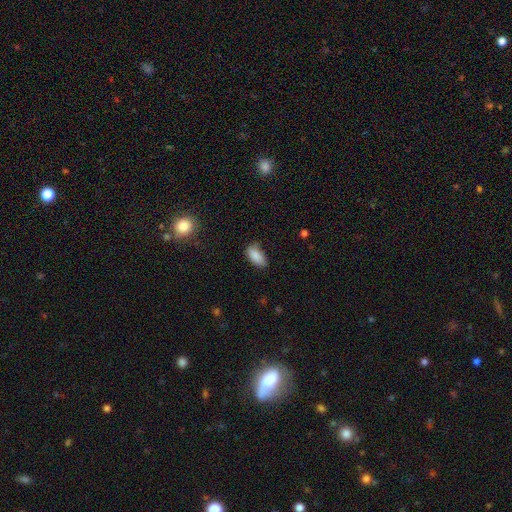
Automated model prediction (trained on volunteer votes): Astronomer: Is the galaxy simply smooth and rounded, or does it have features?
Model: smooth — 87%.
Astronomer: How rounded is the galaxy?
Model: in between — 93%.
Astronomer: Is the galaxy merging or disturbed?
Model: none — 68%.